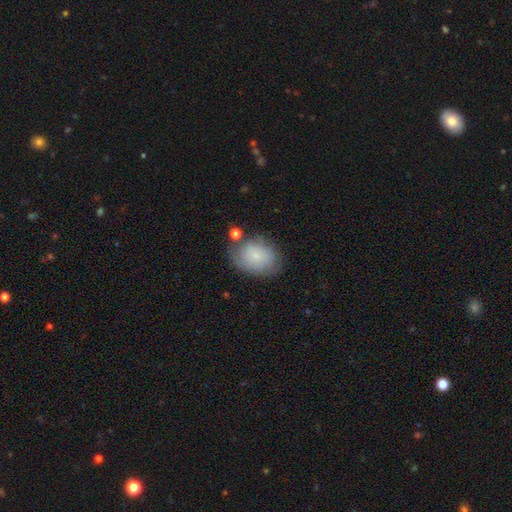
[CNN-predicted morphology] type=smooth (71%); roundness=in between (66%); merging=none (62%).